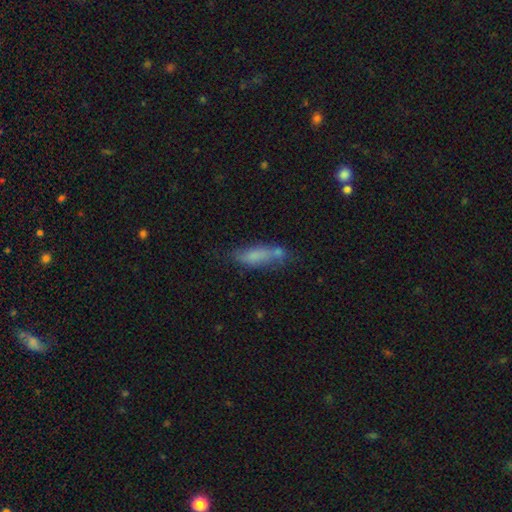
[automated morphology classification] A smooth galaxy with no disk features (71%) that is in between round and cigar-shaped (50%).

Vote fractions:
- Smooth or featured? smooth: 71% / featured or disk: 20% / star or artifact: 9%
- How rounded? in between: 50% / cigar-shaped: 48% / round: 3%
- Merging? none: 48% / minor disturbance: 25% / merger: 16% / major disturbance: 11%